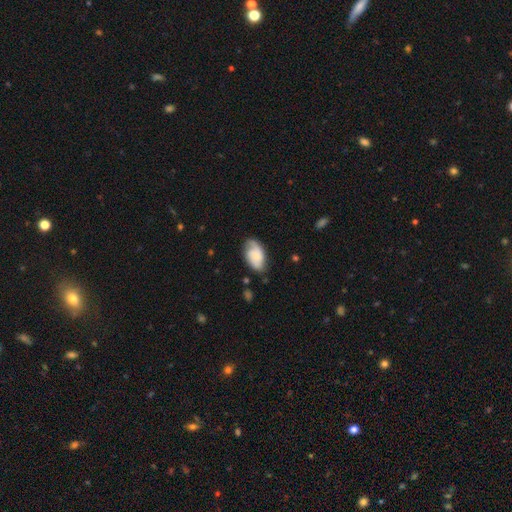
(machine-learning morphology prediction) Q: Smooth or featured?
A: featured or disk (51%); runner-up: smooth (42%)
Q: Edge-on disk?
A: no (95%); runner-up: yes (5%)
Q: Merging?
A: none (67%); runner-up: minor disturbance (24%)